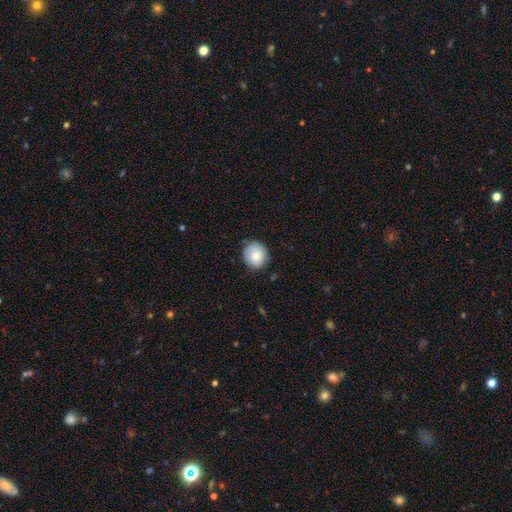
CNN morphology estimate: This appears to be a smooth galaxy with no disk features (82%) that is round (83%). Merging: none (81%).